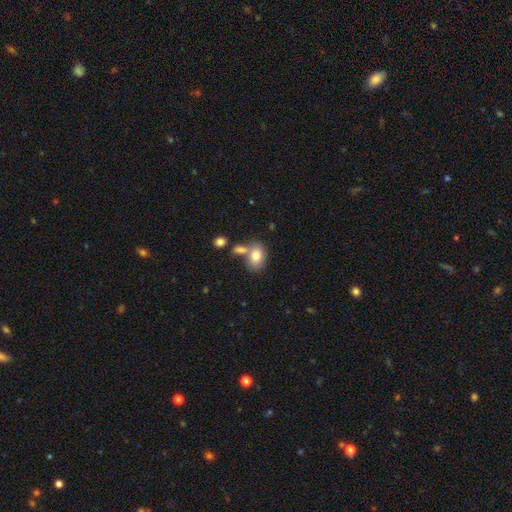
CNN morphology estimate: A smooth galaxy with no disk features (80%) that is in between round and cigar-shaped (80%). Merging: none (49%).